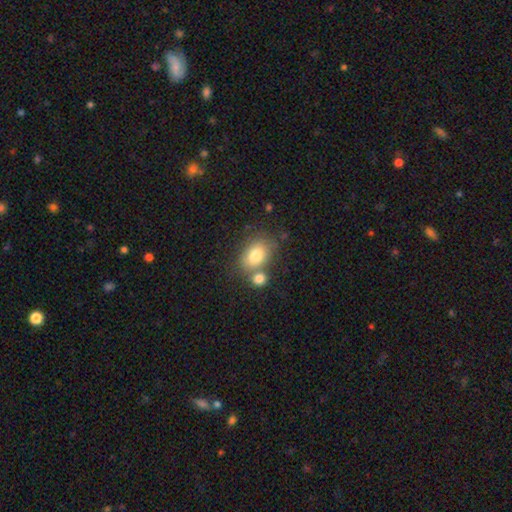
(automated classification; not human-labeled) This is likely a smooth galaxy (78%). How rounded: likely in between (72%). Merging: possibly none (54%).